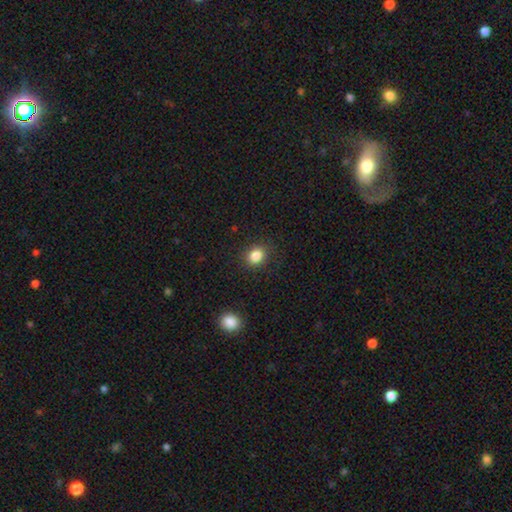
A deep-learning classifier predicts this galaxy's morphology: Smooth or featured? Predicted: smooth (p=0.85). How rounded? Predicted: round (p=0.62). Merging? Predicted: none (p=0.87).